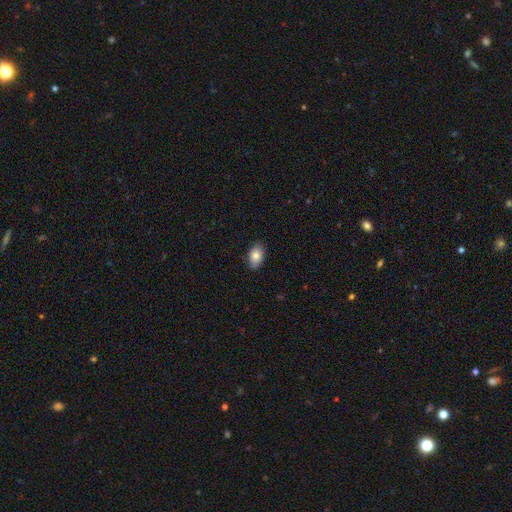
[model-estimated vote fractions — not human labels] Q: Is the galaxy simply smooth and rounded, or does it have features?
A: smooth — 82%.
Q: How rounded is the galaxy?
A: in between — 90%.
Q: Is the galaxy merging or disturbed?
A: none — 87%.